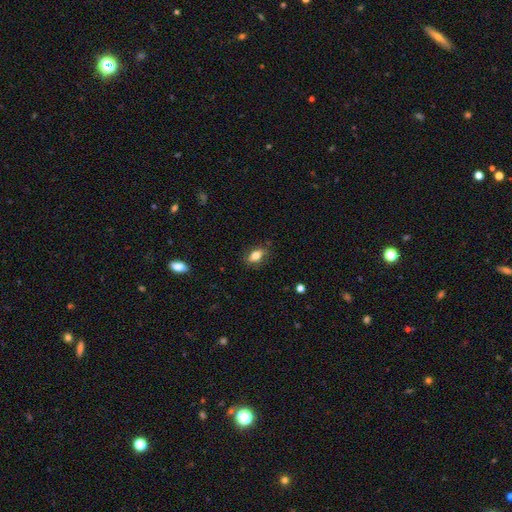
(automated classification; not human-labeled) Smooth or featured? Predicted: smooth (p=0.74). How rounded? Predicted: in between (p=0.82). Merging? Predicted: none (p=0.80).